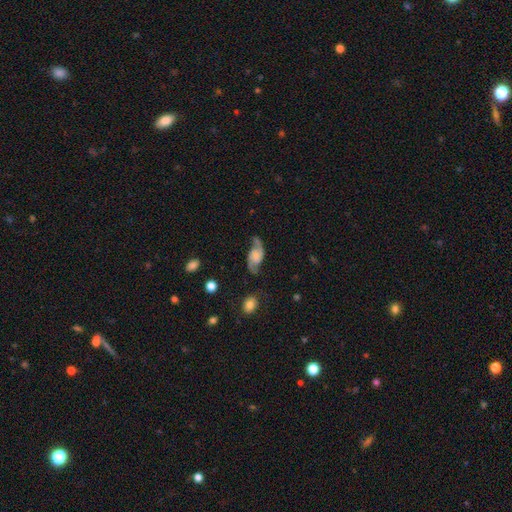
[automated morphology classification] Smooth or featured? Predicted: featured or disk (p=0.82). Edge-on disk? Predicted: no (p=0.96). Bar? Predicted: no (p=0.59). Spiral arms? Predicted: yes (p=0.96). Spiral winding? Predicted: loose (p=0.64). Spiral arm count? Predicted: 2 (p=0.93). Bulge size? Predicted: none (p=0.48). Merging? Predicted: none (p=0.70).